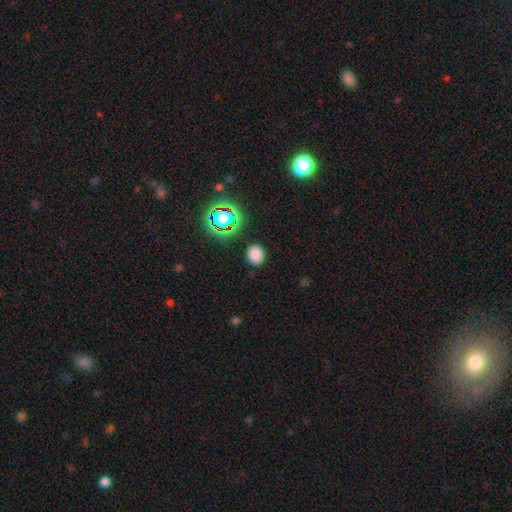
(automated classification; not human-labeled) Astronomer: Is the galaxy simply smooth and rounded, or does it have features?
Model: smooth — 78%.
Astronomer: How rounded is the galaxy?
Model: round — 59% (runner-up: in between, 40%).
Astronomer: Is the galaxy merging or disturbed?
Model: none — 87%.